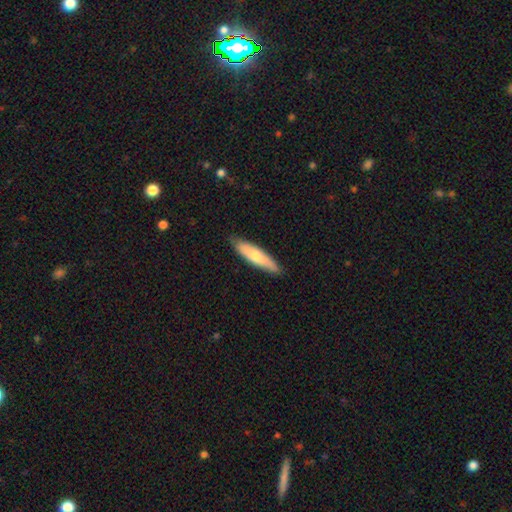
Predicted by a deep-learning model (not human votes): A smooth galaxy with no disk features (67%) that is cigar-shaped (71%). Merging: none (84%).